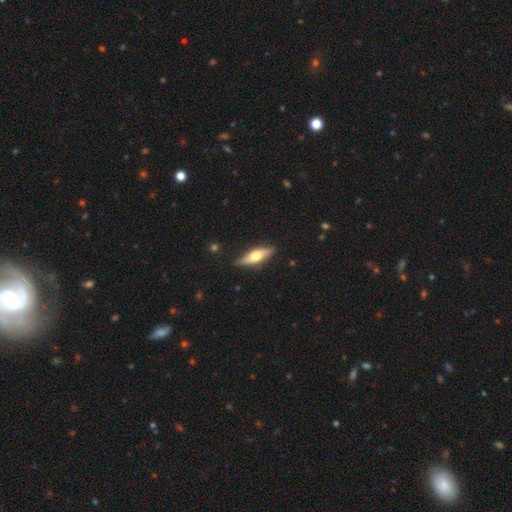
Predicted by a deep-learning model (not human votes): This is possibly a smooth galaxy (50%). Merging: clearly none (83%).